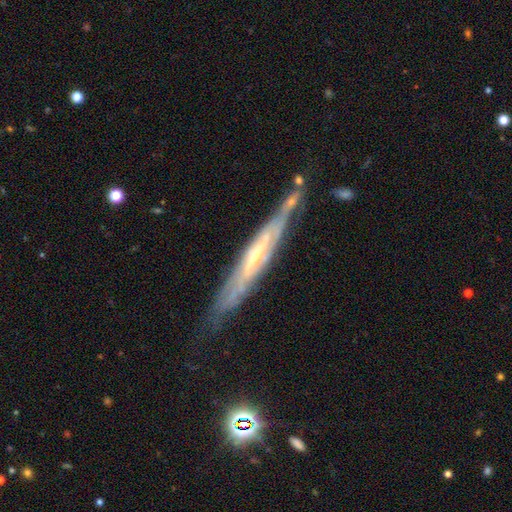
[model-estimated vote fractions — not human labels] featured or disk 78%, smooth 16%, star or artifact 7%. Down the decision tree: edge-on disk — yes (80%); edge-on bulge — none (49%); merging — none (71%).